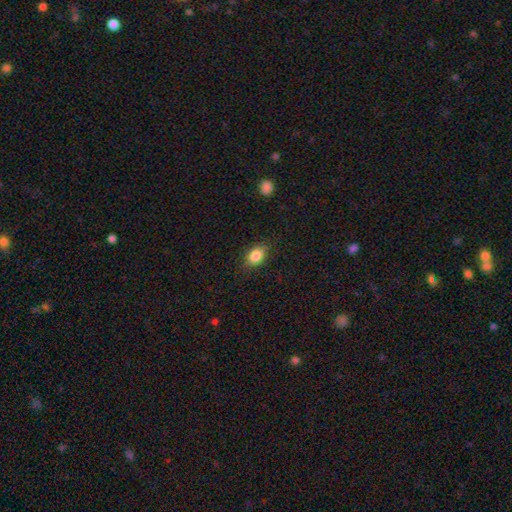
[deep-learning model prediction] Smooth or featured: smooth — 85% (star or artifact — 9%)
How rounded: in between — 75% (round — 23%)
Merging: none — 82% (minor disturbance — 13%)